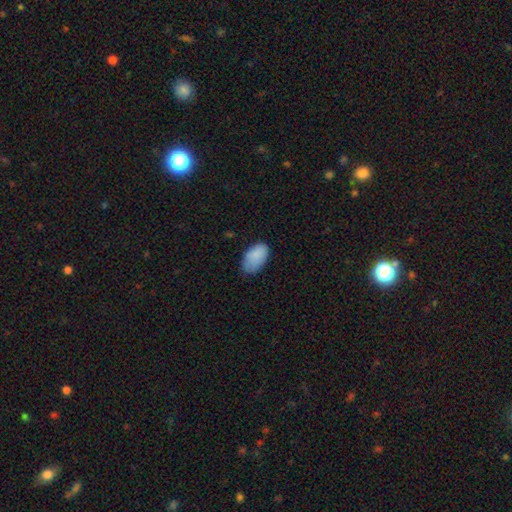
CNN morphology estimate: A smooth galaxy with no disk features (87%) that is in between round and cigar-shaped (94%).

Vote fractions:
- Smooth or featured? smooth: 87% / star or artifact: 7% / featured or disk: 6%
- How rounded? in between: 94% / round: 4% / cigar-shaped: 1%
- Merging? none: 64% / minor disturbance: 29% / major disturbance: 6% / merger: 1%